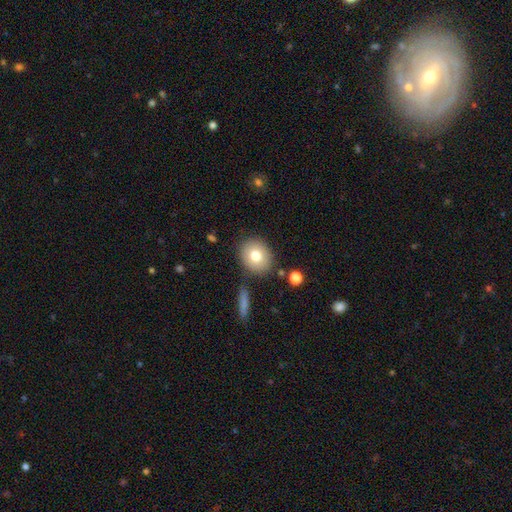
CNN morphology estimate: Overall: smooth (76%). How rounded: round (72%). Merging: none (82%).